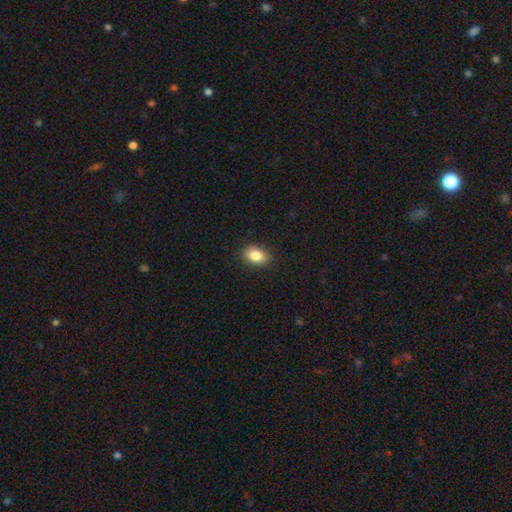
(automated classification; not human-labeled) Smooth or featured?
  - smooth: 85% *
  - star or artifact: 8%
  - featured or disk: 7%
How rounded?
  - in between: 82% *
  - round: 17%
  - cigar-shaped: 1%
Merging?
  - none: 88% *
  - minor disturbance: 9%
  - major disturbance: 2%
  - merger: 1%